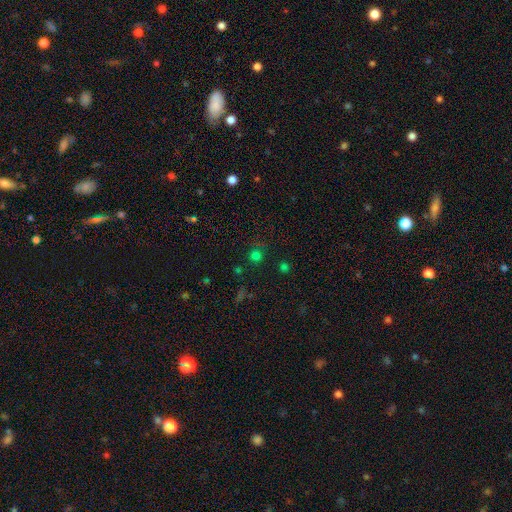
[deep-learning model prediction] Morphology: type=smooth (69%); roundness=round (91%); merging=none (79%).